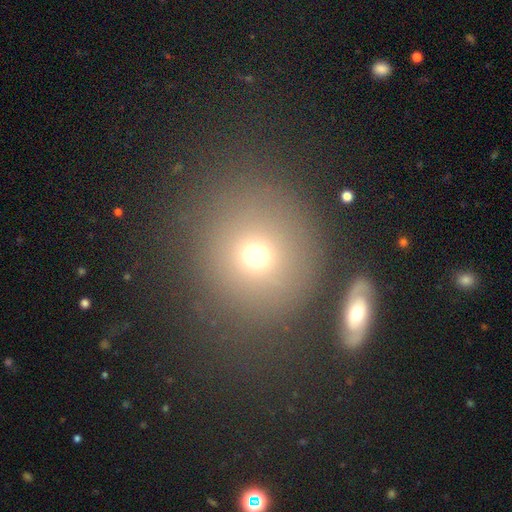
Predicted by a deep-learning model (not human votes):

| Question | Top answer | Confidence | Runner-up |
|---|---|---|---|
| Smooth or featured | smooth | 69% | star or artifact (18%) |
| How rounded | round | 86% | in between (13%) |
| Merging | none | 76% | minor disturbance (10%) |